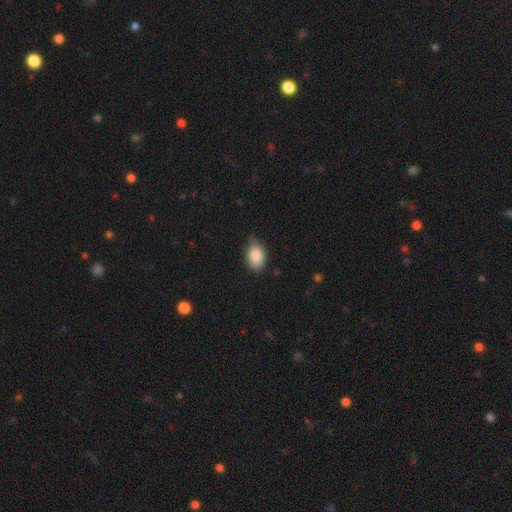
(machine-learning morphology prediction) type=smooth (85%); roundness=in between (82%); merging=none (55%).